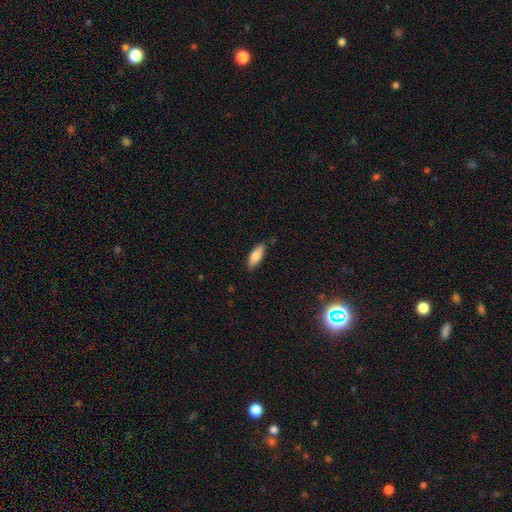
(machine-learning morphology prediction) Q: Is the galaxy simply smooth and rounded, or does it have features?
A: smooth — 78%.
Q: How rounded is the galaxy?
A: in between — 64%.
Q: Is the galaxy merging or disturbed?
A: none — 84%.